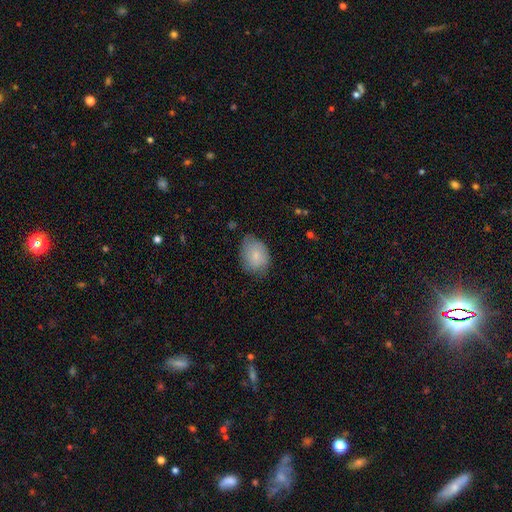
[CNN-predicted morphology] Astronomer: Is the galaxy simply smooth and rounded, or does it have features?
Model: smooth — 80%.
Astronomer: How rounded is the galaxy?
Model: in between — 76%.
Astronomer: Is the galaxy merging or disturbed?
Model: none — 66%.